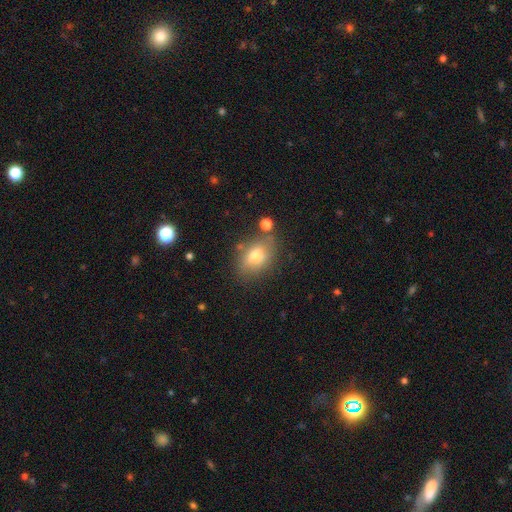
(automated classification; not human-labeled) A smooth galaxy with no disk features (69%) that is in between round and cigar-shaped (79%). Merging: none (71%).